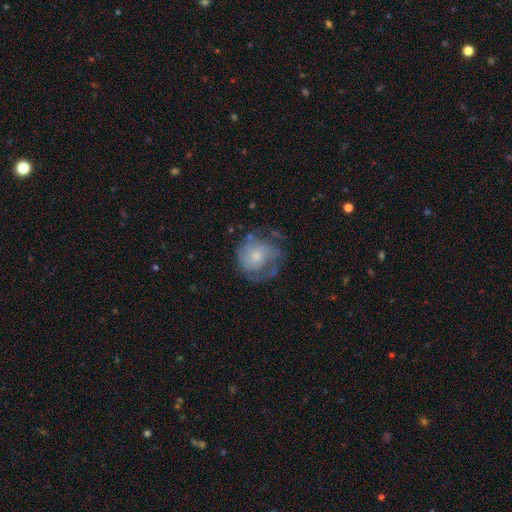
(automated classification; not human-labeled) A featured or disk galaxy (51%). Merging: none (48%).